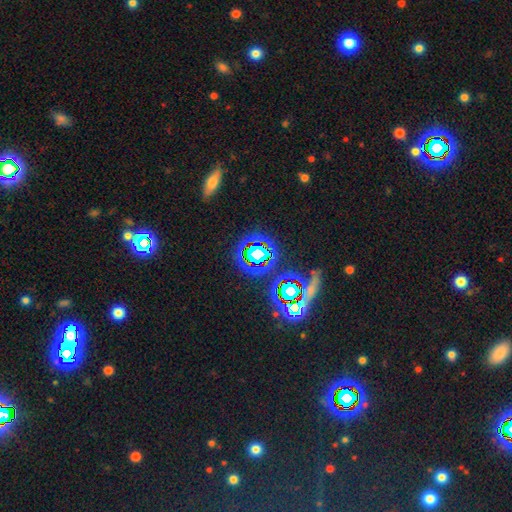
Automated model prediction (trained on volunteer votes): Morphology: type=star or artifact (71%).